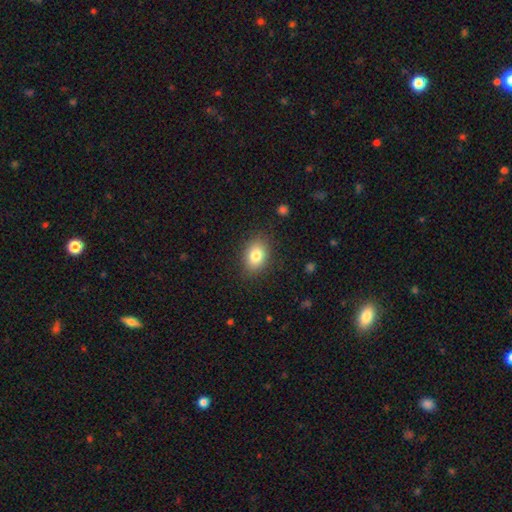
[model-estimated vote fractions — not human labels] smooth_or_featured: smooth (p=0.82) [alt: featured or disk p=0.09]
how_rounded: in between (p=0.74) [alt: round p=0.25]
merging: none (p=0.85) [alt: minor disturbance p=0.11]